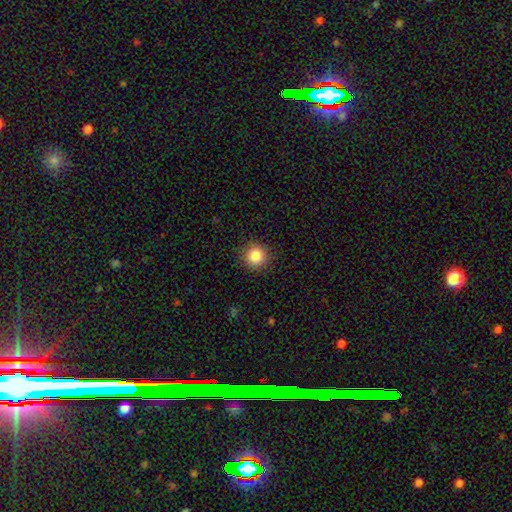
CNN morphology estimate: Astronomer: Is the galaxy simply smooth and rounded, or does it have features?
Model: smooth — 85%.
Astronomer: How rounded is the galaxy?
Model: round — 95%.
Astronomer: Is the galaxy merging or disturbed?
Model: none — 91%.